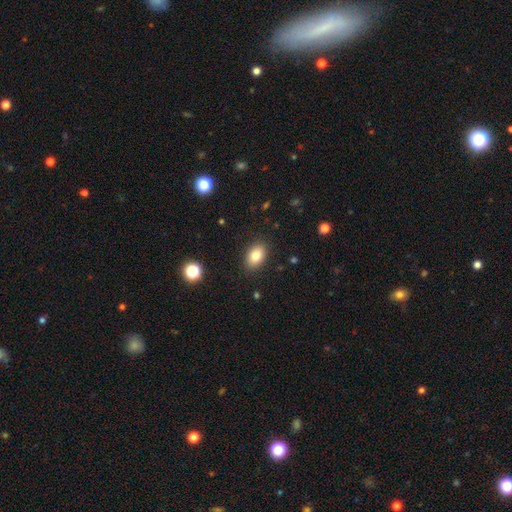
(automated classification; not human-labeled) Smooth or featured? smooth (82%)
How rounded? in between (85%)
Merging? none (88%)